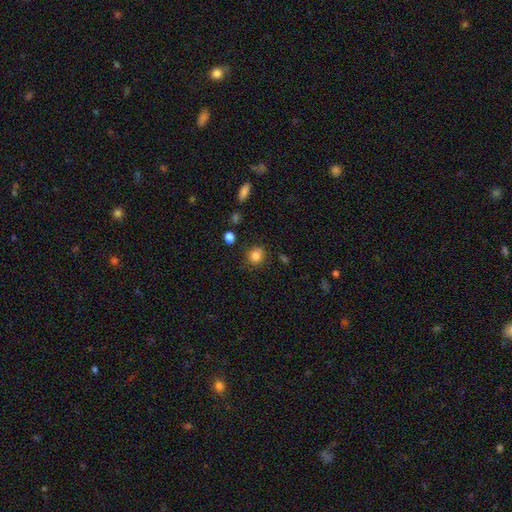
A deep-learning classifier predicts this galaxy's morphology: A smooth galaxy with no disk features (85%) that is round (77%). Merging: none (81%).